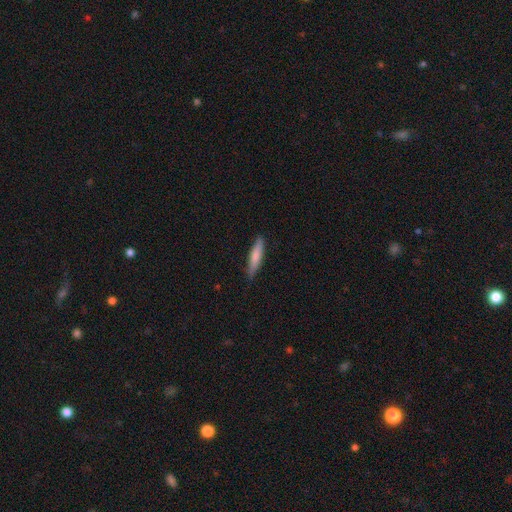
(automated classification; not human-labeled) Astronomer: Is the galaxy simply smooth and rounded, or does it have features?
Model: smooth — 72%.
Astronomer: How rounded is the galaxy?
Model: cigar-shaped — 84%.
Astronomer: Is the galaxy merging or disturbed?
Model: none — 84%.